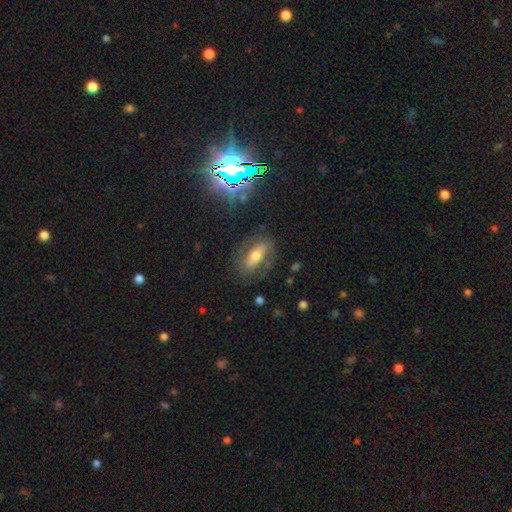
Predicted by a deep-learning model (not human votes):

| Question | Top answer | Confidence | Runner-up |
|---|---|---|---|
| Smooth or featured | featured or disk | 45% | smooth (42%) |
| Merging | none | 75% | minor disturbance (15%) |